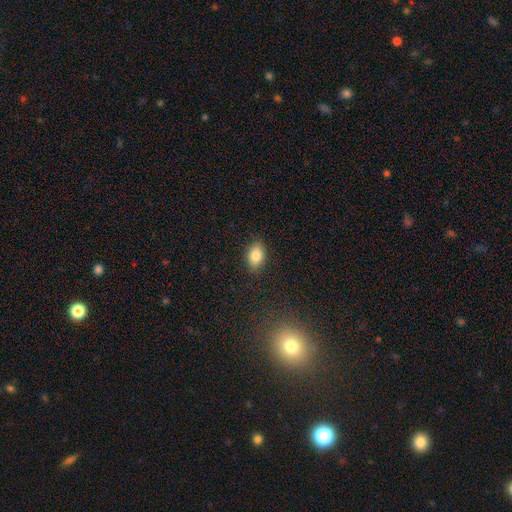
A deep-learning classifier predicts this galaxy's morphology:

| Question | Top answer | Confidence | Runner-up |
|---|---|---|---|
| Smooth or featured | smooth | 84% | star or artifact (8%) |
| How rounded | in between | 87% | round (11%) |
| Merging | none | 86% | minor disturbance (10%) |